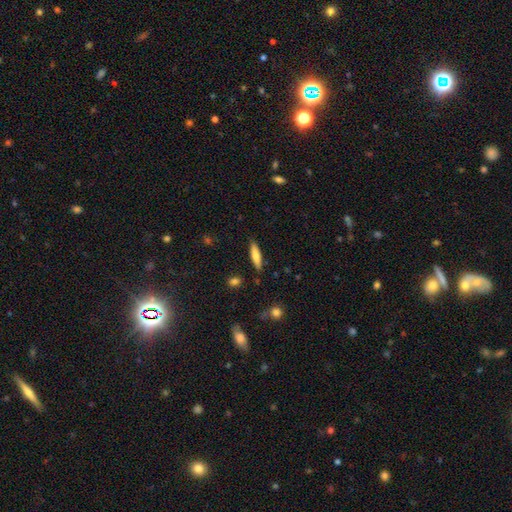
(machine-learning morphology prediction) type=smooth (74%); roundness=cigar-shaped (76%); merging=none (87%).